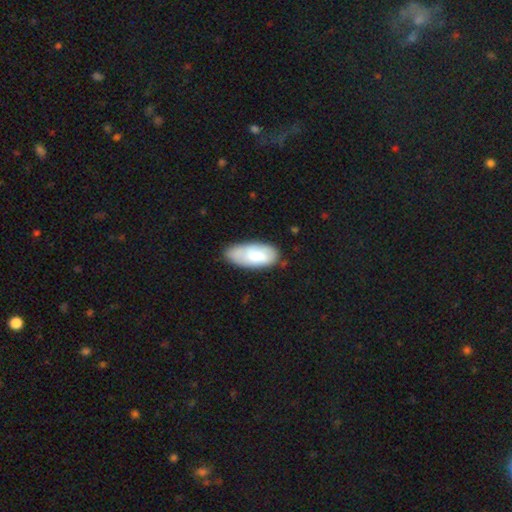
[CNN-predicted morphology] Smooth or featured: smooth — 71% (featured or disk — 23%)
How rounded: in between — 89% (cigar-shaped — 9%)
Merging: none — 62% (minor disturbance — 29%)